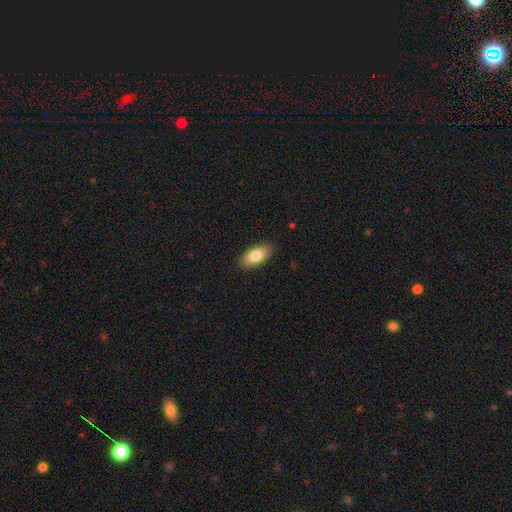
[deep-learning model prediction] smooth-or-featured: smooth: 80% | featured or disk: 13% | star or artifact: 6%
  how-rounded: in between: 90% | cigar-shaped: 7% | round: 3%
  merging: none: 88% | minor disturbance: 9% | major disturbance: 2% | merger: 1%